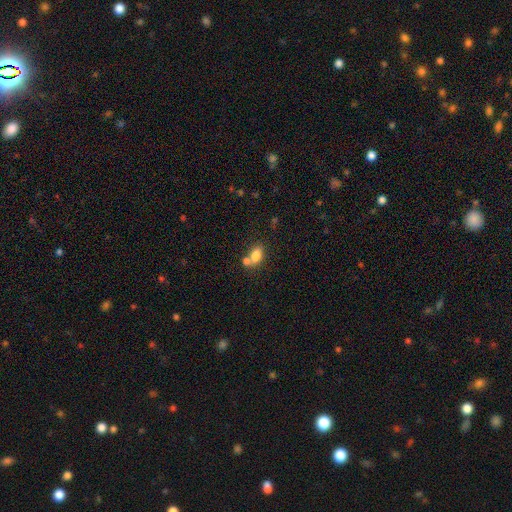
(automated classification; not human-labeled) This is likely a smooth galaxy (80%). How rounded: clearly in between (84%). Merging: possibly none (46%).